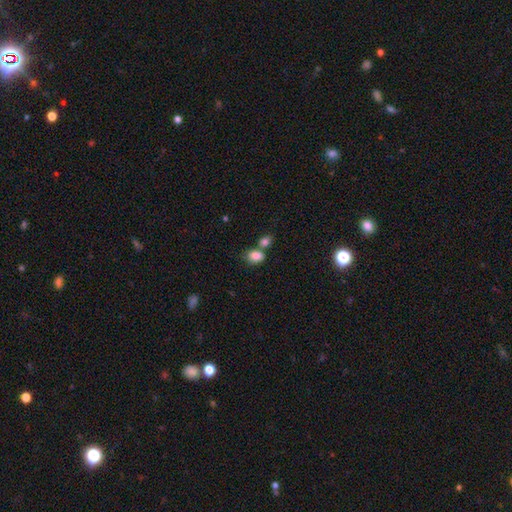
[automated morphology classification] A smooth galaxy with no disk features (85%) that is in between round and cigar-shaped (70%).

Vote fractions:
- Smooth or featured? smooth: 85% / star or artifact: 9% / featured or disk: 7%
- How rounded? in between: 70% / round: 28% / cigar-shaped: 1%
- Merging? none: 42% / merger: 40% / minor disturbance: 13% / major disturbance: 5%